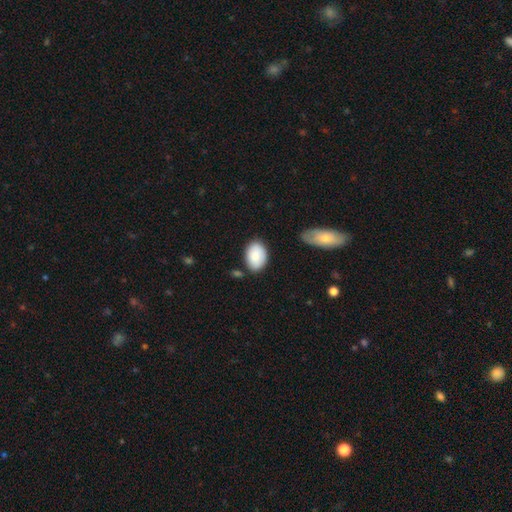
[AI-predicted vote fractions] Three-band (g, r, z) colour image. It shows a smooth galaxy with no disk features (86%) that is in between round and cigar-shaped (88%). Merging: none (73%).